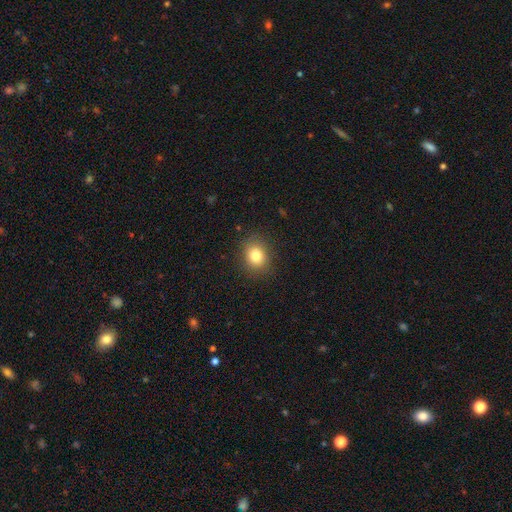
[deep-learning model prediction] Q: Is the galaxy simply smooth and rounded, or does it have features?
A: smooth — 81%.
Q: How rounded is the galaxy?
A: round — 64%.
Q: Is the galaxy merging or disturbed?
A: none — 87%.